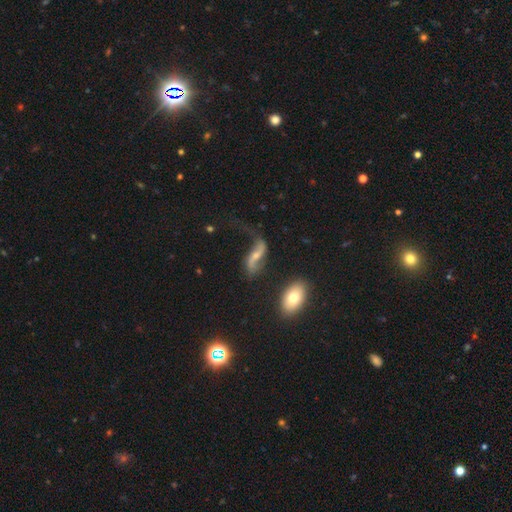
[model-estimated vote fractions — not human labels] Smooth or featured? Predicted: featured or disk (p=0.79). Edge-on disk? Predicted: no (p=0.92). Bar? Predicted: no (p=0.36). Spiral arms? Predicted: yes (p=0.89). Spiral winding? Predicted: loose (p=0.90). Spiral arm count? Predicted: 2 (p=0.90). Bulge size? Predicted: small (p=0.57). Merging? Predicted: none (p=0.49).